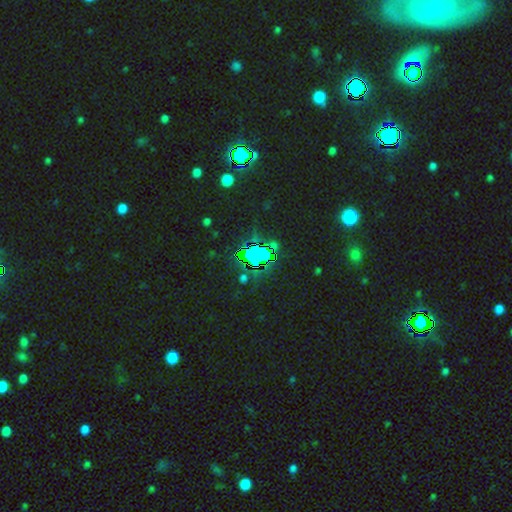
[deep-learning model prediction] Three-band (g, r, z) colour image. It shows a star or artifact, not a galaxy (74%).